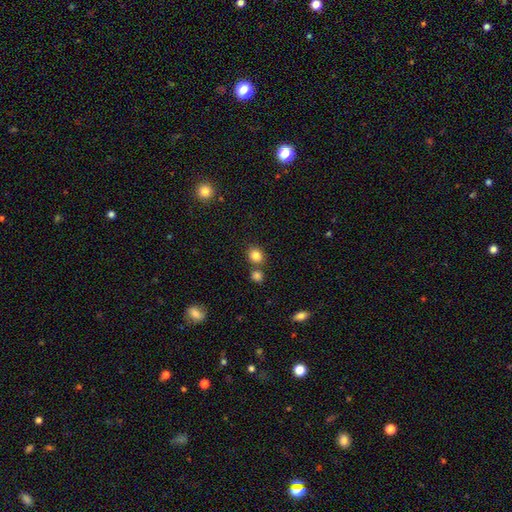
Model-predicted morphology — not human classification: smooth 83%, star or artifact 11%, featured or disk 5%. Down the decision tree: how rounded — round (64%); merging — none (69%).